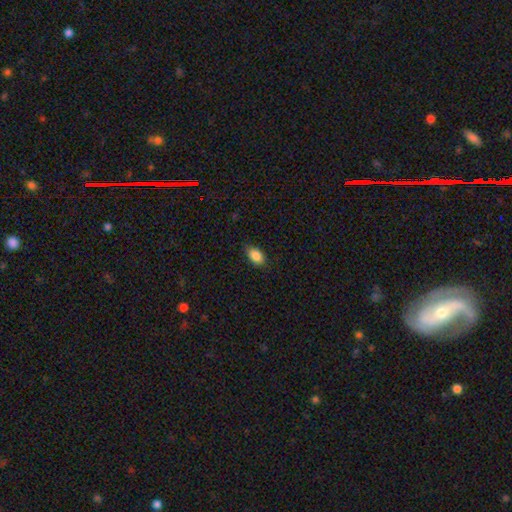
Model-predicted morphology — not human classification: type=smooth (88%); roundness=in between (89%); merging=none (84%).